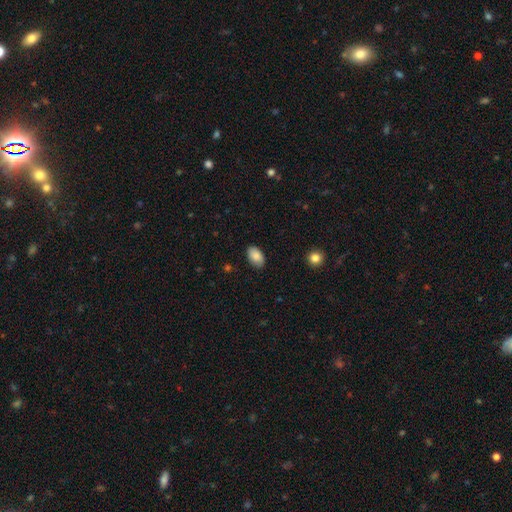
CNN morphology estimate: The model was most divided on "merging": none: 85%, minor disturbance: 11%, major disturbance: 2%, merger: 1%. More confident: how rounded — in between (93%); smooth or featured — smooth (88%).